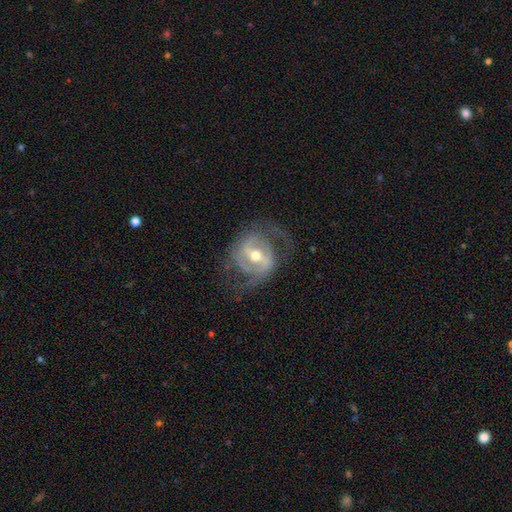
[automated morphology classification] This is clearly a featured or disk galaxy (85%). It is clearly not viewed edge-on (96%). Bar: possibly strong (48%). Spiral arm pattern: clearly yes (88%). Spiral arm count: clearly 2 (81%). Spiral winding: possibly medium (49%). Central bulge: likely moderate (72%). Merging: likely none (66%).